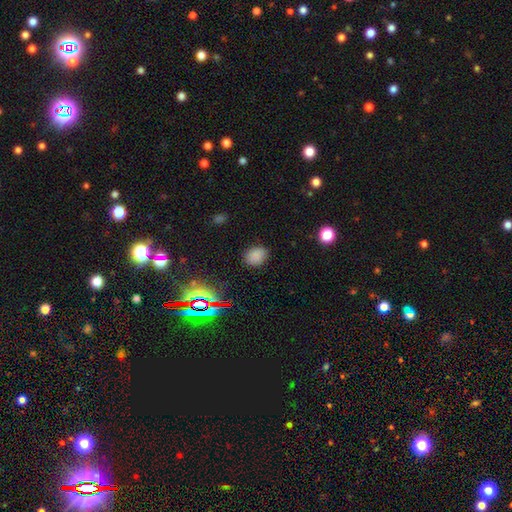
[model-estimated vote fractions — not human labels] Smooth or featured? Predicted: smooth (p=0.79). How rounded? Predicted: in between (p=0.53). Merging? Predicted: none (p=0.83).